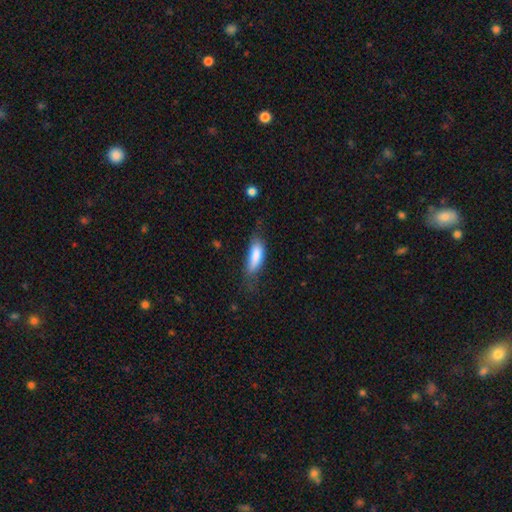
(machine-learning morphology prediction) smooth 82%, featured or disk 11%, star or artifact 7%. Down the decision tree: how rounded — in between (64%); merging — none (50%).